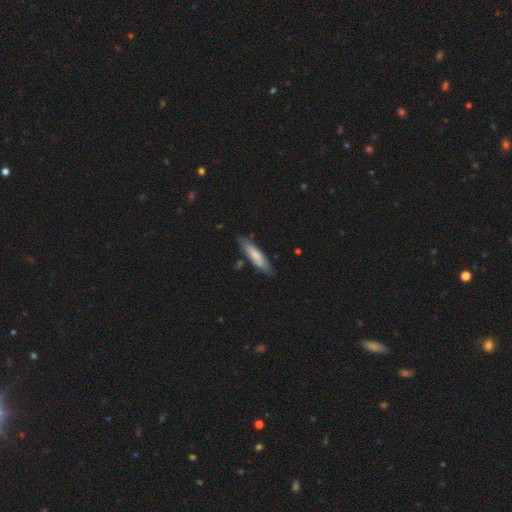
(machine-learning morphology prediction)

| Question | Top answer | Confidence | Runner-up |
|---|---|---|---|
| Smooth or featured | smooth | 72% | featured or disk (22%) |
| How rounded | cigar-shaped | 80% | in between (19%) |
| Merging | none | 81% | minor disturbance (14%) |